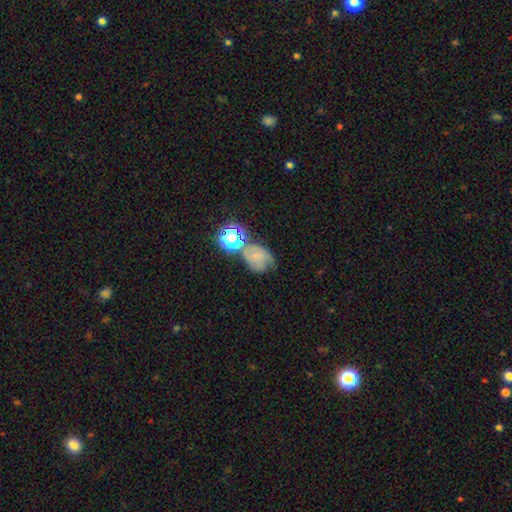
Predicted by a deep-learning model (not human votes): Smooth or featured? smooth (48%)
Merging? none (43%)